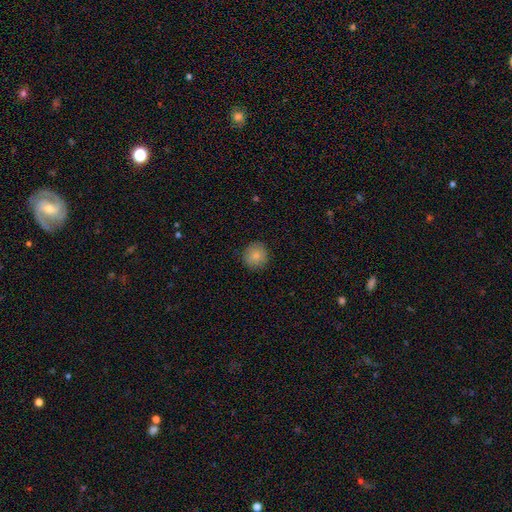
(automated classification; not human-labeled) Smooth or featured?
  - smooth: 84% *
  - star or artifact: 9%
  - featured or disk: 7%
How rounded?
  - round: 93% *
  - in between: 6%
  - cigar-shaped: 1%
Merging?
  - none: 90% *
  - minor disturbance: 7%
  - major disturbance: 2%
  - merger: 1%